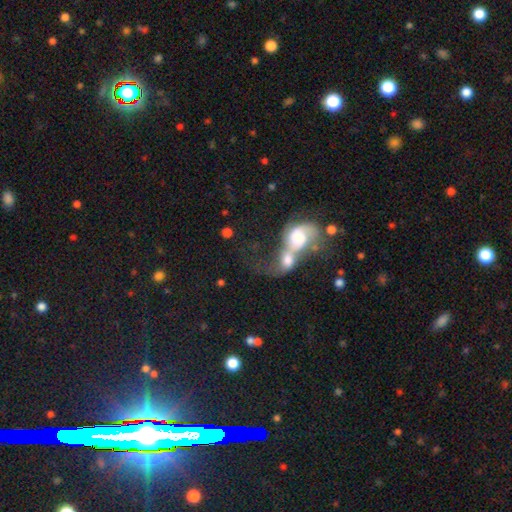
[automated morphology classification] This appears to be a featured or disk galaxy (41%). Merging: merger (67%).